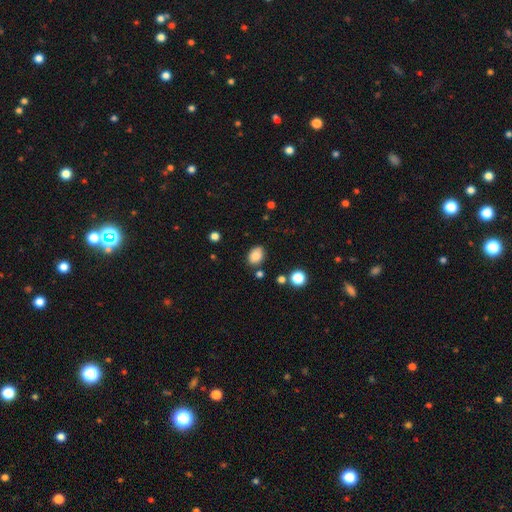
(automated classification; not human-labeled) Overall: smooth (85%). How rounded: in between (72%). Merging: none (78%).